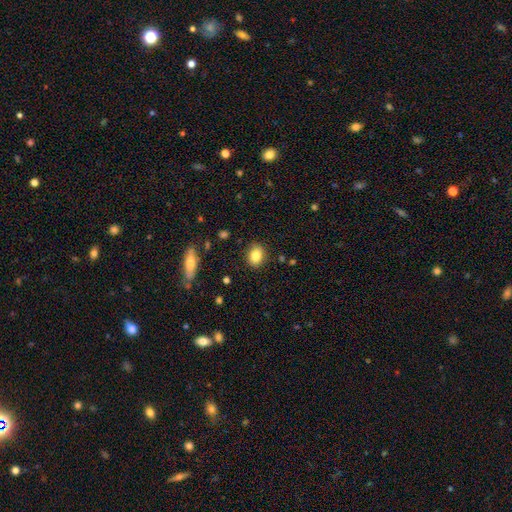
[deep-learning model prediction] A smooth galaxy with no disk features (85%) that is in between round and cigar-shaped (61%).

Vote fractions:
- Smooth or featured? smooth: 85% / star or artifact: 9% / featured or disk: 6%
- How rounded? in between: 61% / round: 37% / cigar-shaped: 2%
- Merging? none: 86% / minor disturbance: 10% / major disturbance: 3% / merger: 1%